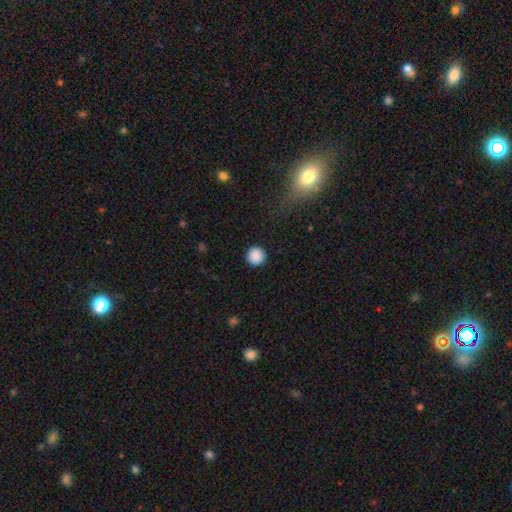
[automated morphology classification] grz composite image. It shows a smooth galaxy with no disk features (89%) that is round (96%). Merging: none (92%).